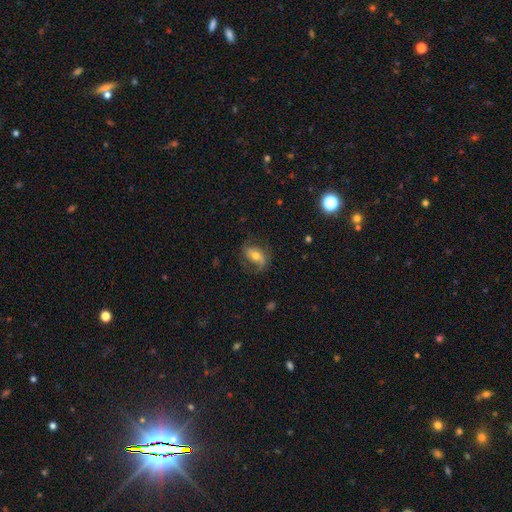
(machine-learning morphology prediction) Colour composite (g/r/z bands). It shows a featured or disk galaxy (56%) with no bar (44%), spiral arms (81%) and a moderate central bulge (67%). Merging: none (63%).